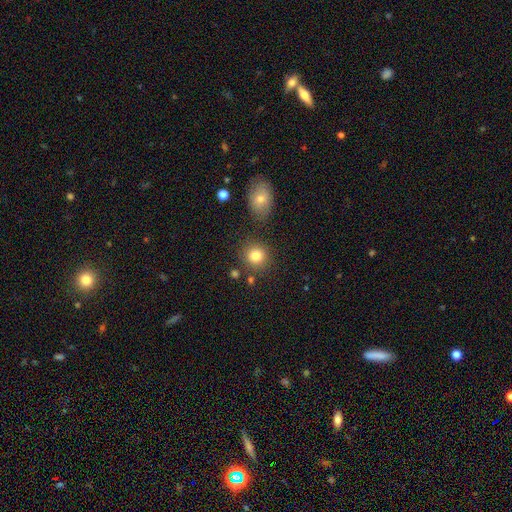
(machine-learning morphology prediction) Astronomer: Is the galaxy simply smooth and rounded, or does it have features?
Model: smooth — 82%.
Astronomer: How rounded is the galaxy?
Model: round — 86%.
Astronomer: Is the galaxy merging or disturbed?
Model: none — 81%.